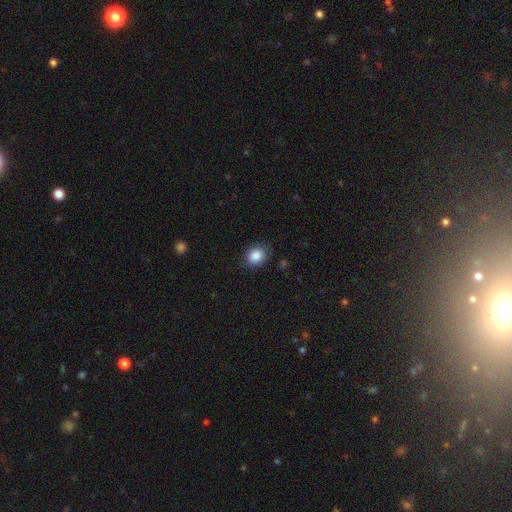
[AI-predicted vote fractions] Smooth or featured? smooth (87%)
How rounded? round (56%)
Merging? none (81%)